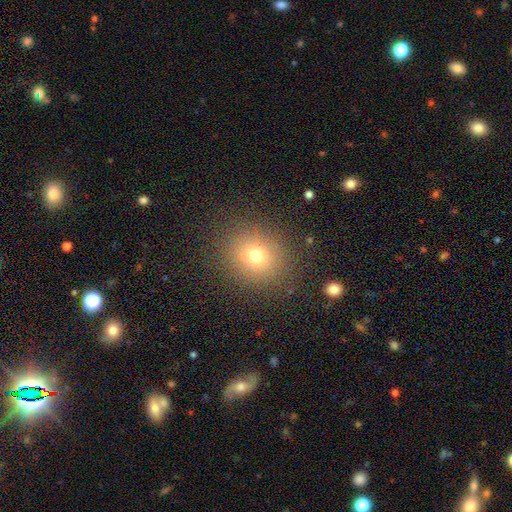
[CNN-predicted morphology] A smooth galaxy with no disk features (72%) that is round (76%).

Vote fractions:
- Smooth or featured? smooth: 72% / star or artifact: 17% / featured or disk: 11%
- How rounded? round: 76% / in between: 23% / cigar-shaped: 1%
- Merging? none: 79% / minor disturbance: 11% / merger: 6% / major disturbance: 4%